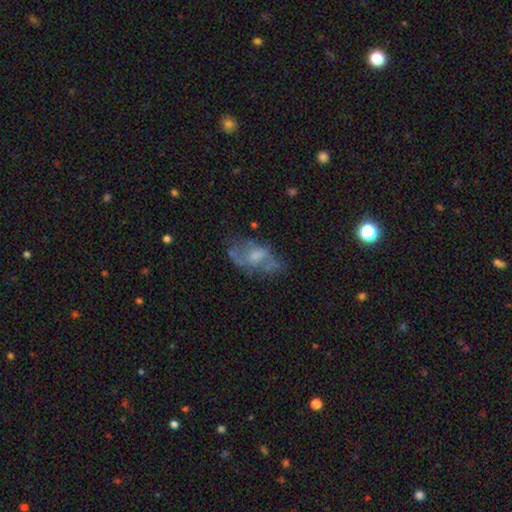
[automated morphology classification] Smooth or featured? featured or disk (56%)
Edge-on disk? no (91%)
Bar? no (70%)
Spiral arms? no (60%)
Bulge size? moderate (41%)
Merging? none (52%)